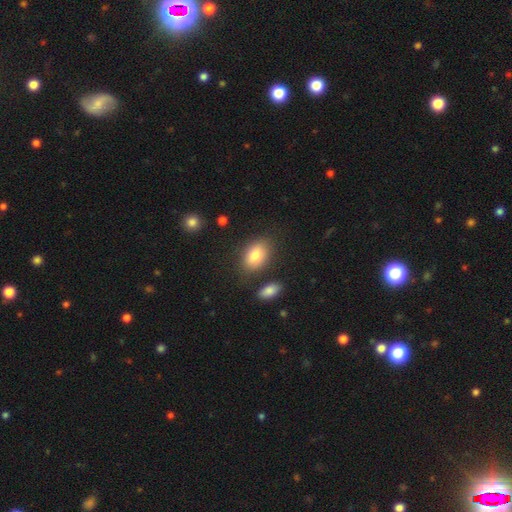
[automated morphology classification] Smooth or featured: smooth — 81% (featured or disk — 11%)
How rounded: in between — 85% (round — 13%)
Merging: none — 77% (minor disturbance — 13%)